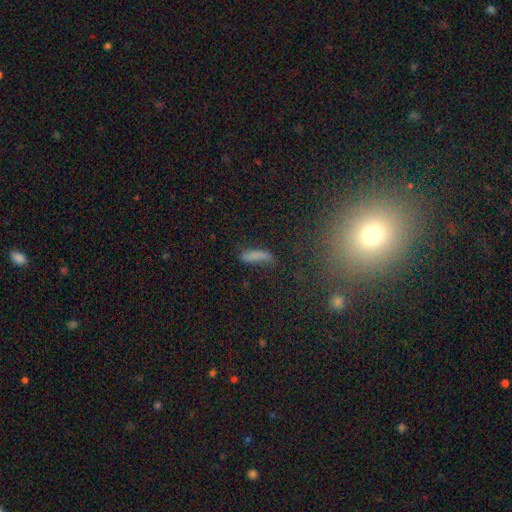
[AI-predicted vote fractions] smooth 75%, star or artifact 13%, featured or disk 12%. Down the decision tree: how rounded — cigar-shaped (65%); merging — none (56%).